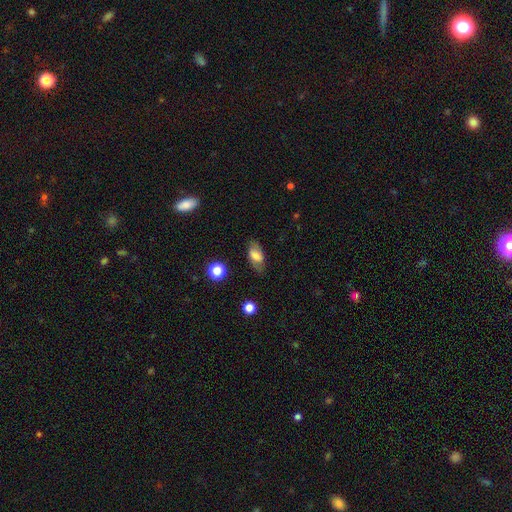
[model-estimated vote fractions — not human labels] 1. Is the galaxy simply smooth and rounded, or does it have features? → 62% smooth, 29% featured or disk, 9% star or artifact.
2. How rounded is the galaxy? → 87% in between, 7% cigar-shaped, 6% round.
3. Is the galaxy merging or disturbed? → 74% none, 18% minor disturbance, 7% major disturbance, 2% merger.